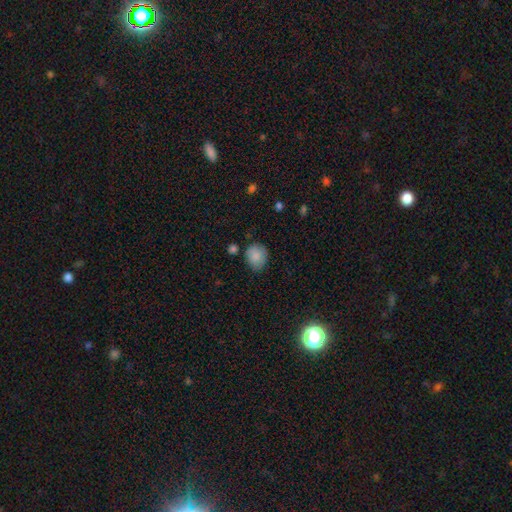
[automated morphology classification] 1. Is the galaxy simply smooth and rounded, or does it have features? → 85% smooth, 8% star or artifact, 7% featured or disk.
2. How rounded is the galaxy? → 65% round, 34% in between, 1% cigar-shaped.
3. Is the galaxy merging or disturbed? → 71% none, 21% minor disturbance, 4% major disturbance, 4% merger.